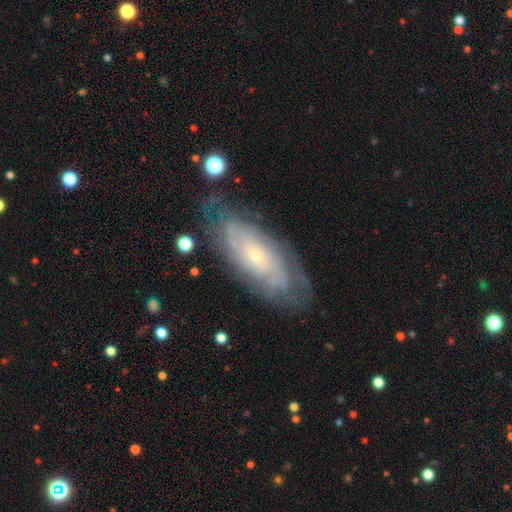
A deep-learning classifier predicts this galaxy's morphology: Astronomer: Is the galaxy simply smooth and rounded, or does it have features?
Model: featured or disk — 76%.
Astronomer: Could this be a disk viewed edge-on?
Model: no — 90%.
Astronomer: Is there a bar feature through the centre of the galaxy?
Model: no — 79%.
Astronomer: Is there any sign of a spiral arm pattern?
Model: yes — 89%.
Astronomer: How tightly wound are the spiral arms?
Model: tight — 74%.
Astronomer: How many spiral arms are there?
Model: can't tell — 59%.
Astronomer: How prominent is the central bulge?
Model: small — 75%.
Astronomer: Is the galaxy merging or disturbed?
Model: none — 74%.